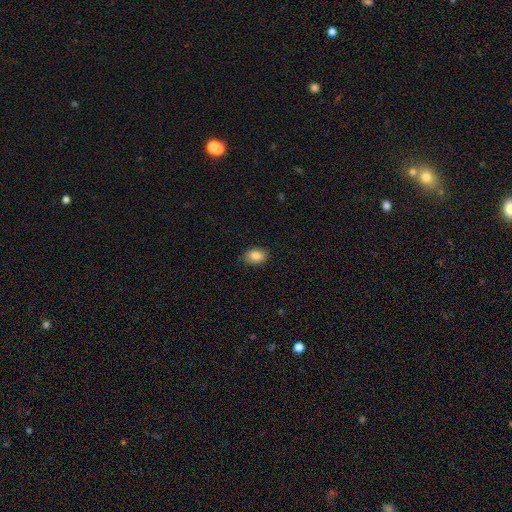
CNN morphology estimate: This is clearly a smooth galaxy (86%). How rounded: likely in between (80%). Merging: clearly none (80%).